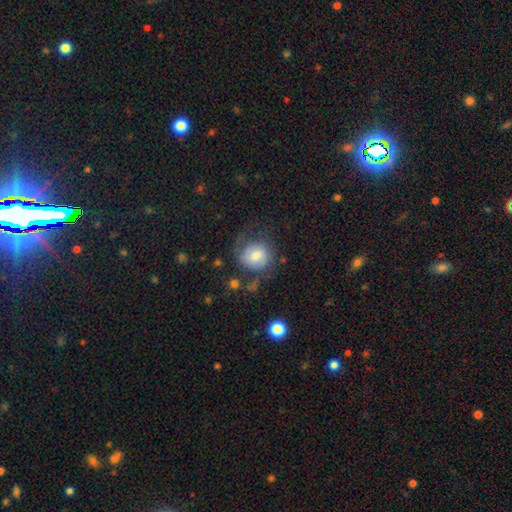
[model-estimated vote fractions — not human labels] Smooth or featured? smooth (63%)
How rounded? round (81%)
Merging? none (55%)